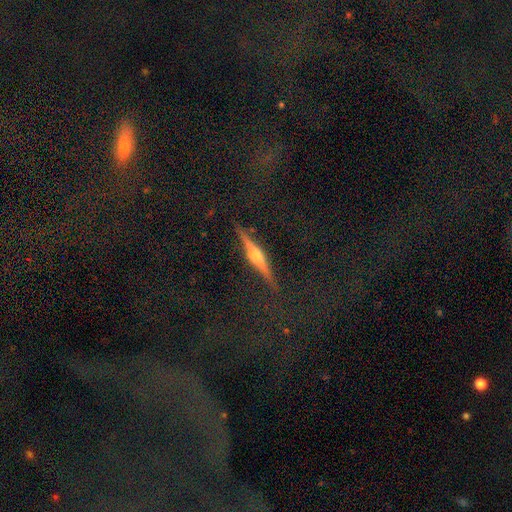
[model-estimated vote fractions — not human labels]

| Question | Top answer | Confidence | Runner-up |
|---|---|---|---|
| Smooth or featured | featured or disk | 73% | smooth (16%) |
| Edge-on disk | yes | 97% | no (3%) |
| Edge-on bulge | rounded | 92% | boxy (5%) |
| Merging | none | 89% | minor disturbance (8%) |